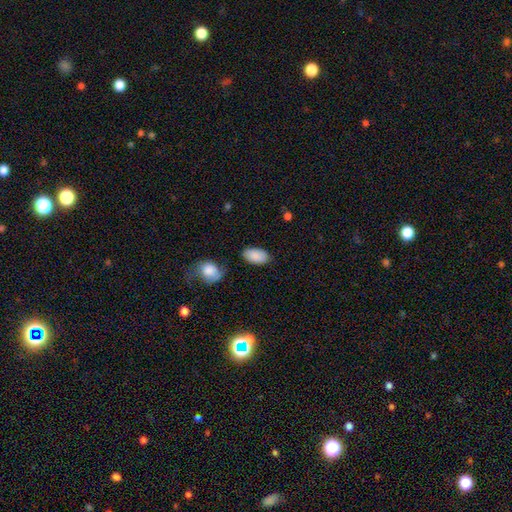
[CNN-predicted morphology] This is clearly a smooth galaxy (88%). How rounded: clearly in between (94%). Merging: likely none (80%).